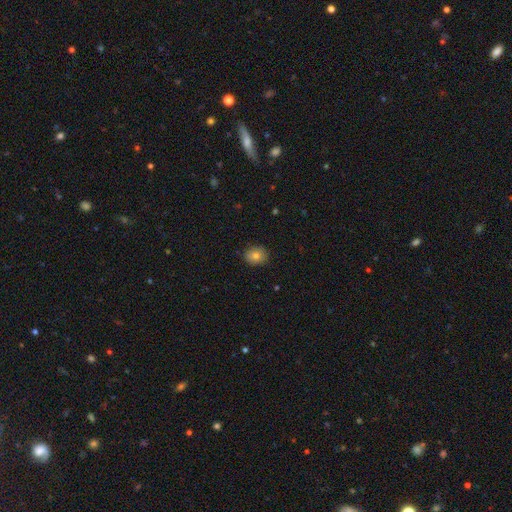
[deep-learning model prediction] A smooth galaxy with no disk features (79%) that is round (60%). Merging: none (88%).